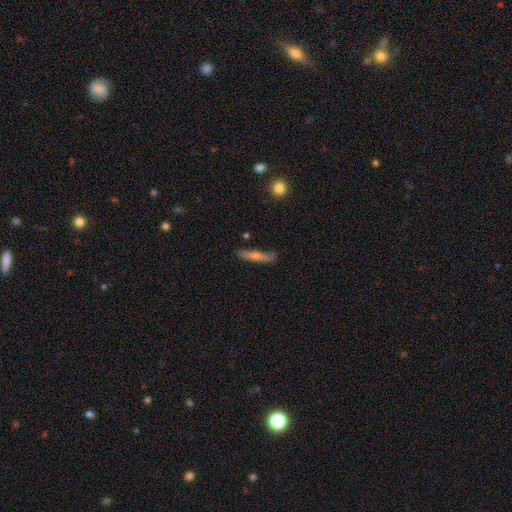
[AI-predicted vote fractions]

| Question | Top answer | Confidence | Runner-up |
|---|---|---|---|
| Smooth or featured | featured or disk | 52% | smooth (38%) |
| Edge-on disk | yes | 87% | no (13%) |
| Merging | none | 82% | minor disturbance (14%) |